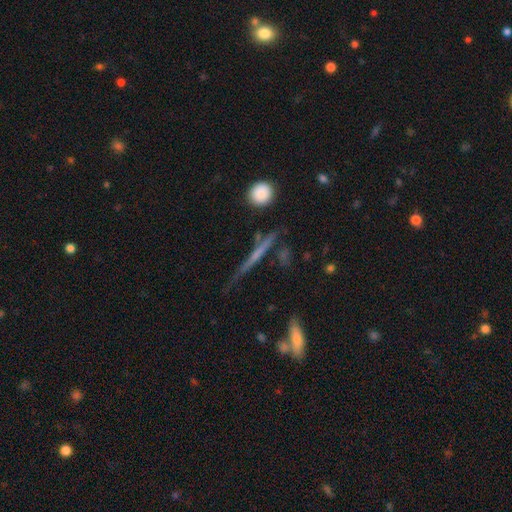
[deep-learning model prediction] Morphology: type=featured or disk (55%); edge-on=yes (92%); edge-on bulge=none (73%); merging=none (71%).